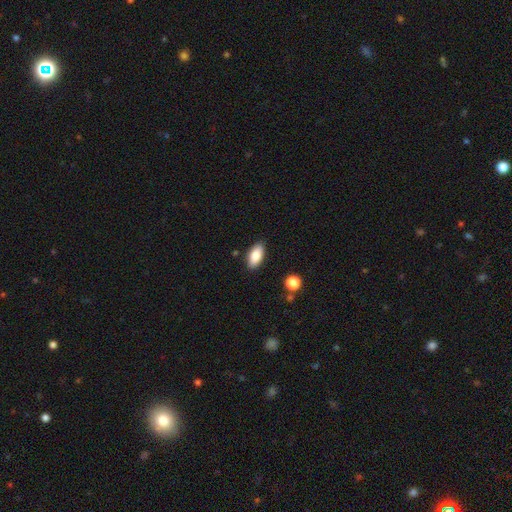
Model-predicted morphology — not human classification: Smooth or featured: smooth — 84% (featured or disk — 9%)
How rounded: in between — 89% (cigar-shaped — 8%)
Merging: none — 87% (minor disturbance — 9%)